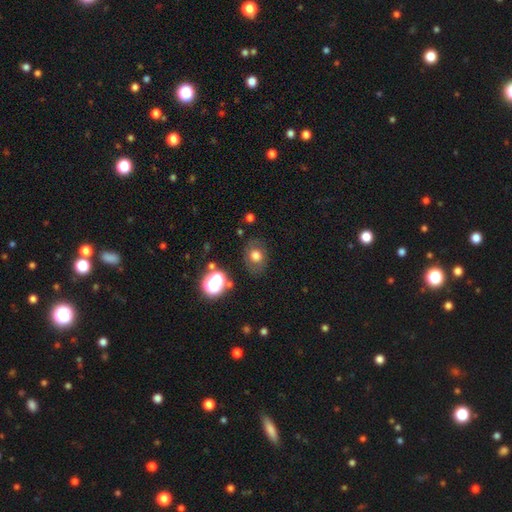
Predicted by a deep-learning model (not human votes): A smooth galaxy with no disk features (66%) that is round (52%).

Vote fractions:
- Smooth or featured? smooth: 66% / featured or disk: 20% / star or artifact: 14%
- How rounded? round: 52% / in between: 47% / cigar-shaped: 1%
- Merging? none: 75% / minor disturbance: 15% / major disturbance: 7% / merger: 2%